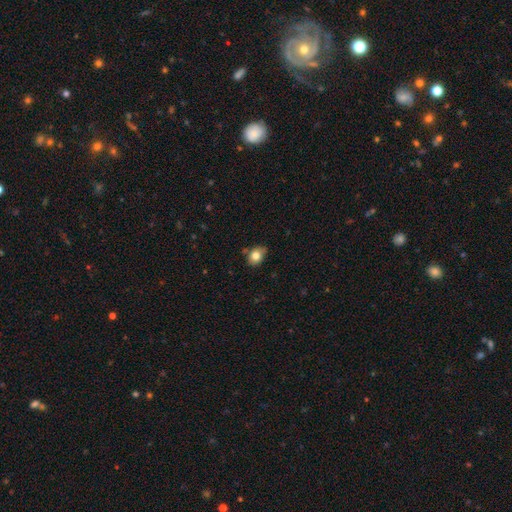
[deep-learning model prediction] smooth-or-featured: smooth: 80% | featured or disk: 11% | star or artifact: 9%
  how-rounded: in between: 63% | round: 36% | cigar-shaped: 1%
  merging: none: 68% | minor disturbance: 24% | merger: 4% | major disturbance: 4%